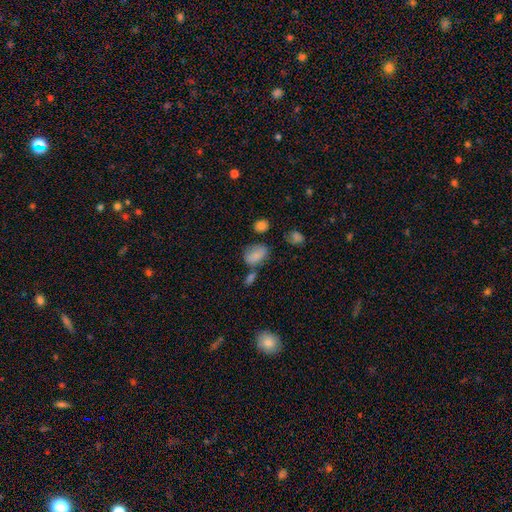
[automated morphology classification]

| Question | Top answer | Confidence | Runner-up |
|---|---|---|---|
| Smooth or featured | smooth | 80% | star or artifact (11%) |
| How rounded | in between | 83% | round (15%) |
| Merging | none | 48% | minor disturbance (22%) |